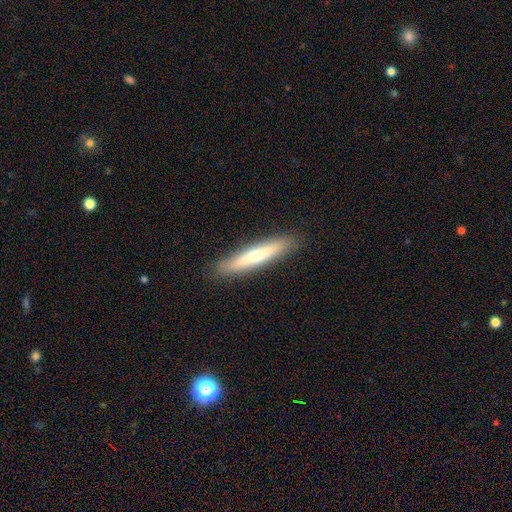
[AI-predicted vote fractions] Morphology: type=smooth (51%); roundness=cigar-shaped (91%); merging=none (90%).